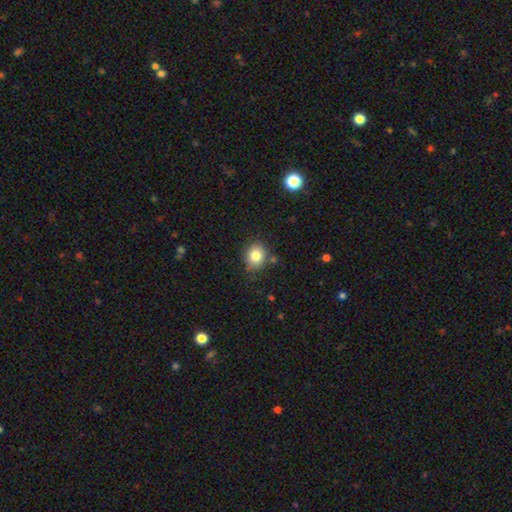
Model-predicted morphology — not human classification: Q: Smooth or featured?
A: smooth (82%); runner-up: star or artifact (10%)
Q: How rounded?
A: round (62%); runner-up: in between (37%)
Q: Merging?
A: none (79%); runner-up: minor disturbance (14%)